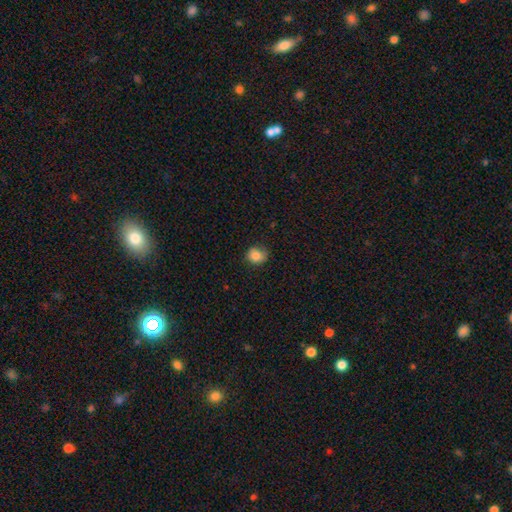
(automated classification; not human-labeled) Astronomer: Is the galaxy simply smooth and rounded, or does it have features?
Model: smooth — 84%.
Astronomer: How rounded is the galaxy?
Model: round — 75%.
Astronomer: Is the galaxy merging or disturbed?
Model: none — 73%.